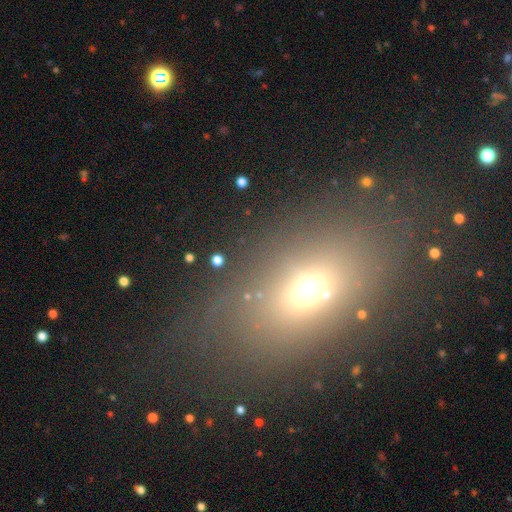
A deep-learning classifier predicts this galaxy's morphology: This is possibly a smooth galaxy (60%). How rounded: likely in between (71%). Merging: likely none (79%).